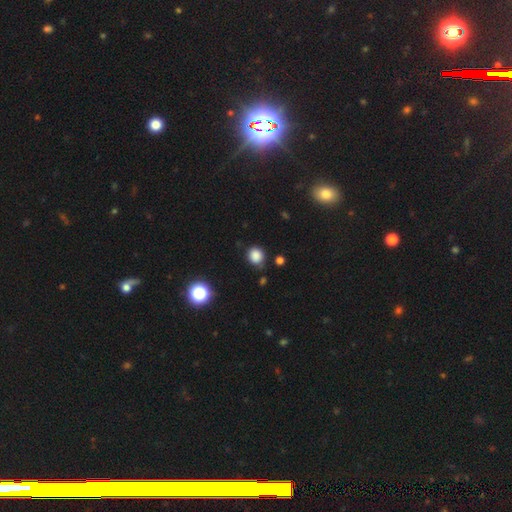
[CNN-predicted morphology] type=smooth (84%); roundness=round (78%); merging=none (77%).